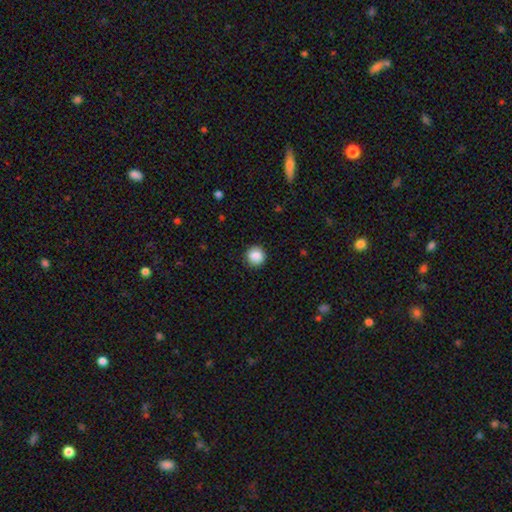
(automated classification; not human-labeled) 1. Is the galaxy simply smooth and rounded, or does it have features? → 88% smooth, 8% star or artifact, 4% featured or disk.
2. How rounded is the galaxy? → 91% round, 8% in between, 1% cigar-shaped.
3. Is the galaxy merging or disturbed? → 90% none, 7% minor disturbance, 2% major disturbance, 1% merger.